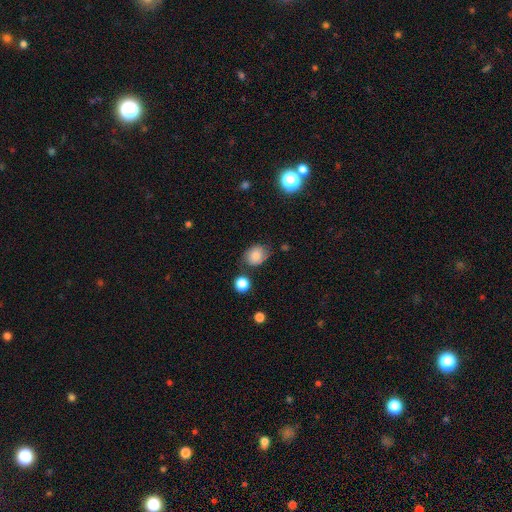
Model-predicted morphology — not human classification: The model was most divided on "how rounded": in between: 54%, round: 45%, cigar-shaped: 1%. More confident: smooth or featured — smooth (77%); merging — none (69%).